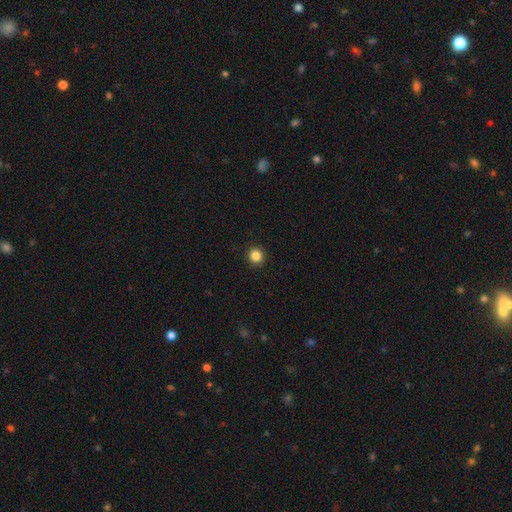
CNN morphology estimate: This is clearly a smooth galaxy (86%). How rounded: clearly round (94%). Merging: clearly none (93%).